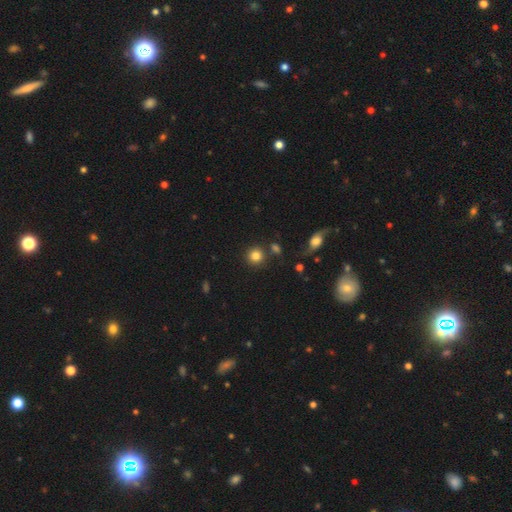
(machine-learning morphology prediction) smooth-or-featured: smooth: 82% | star or artifact: 11% | featured or disk: 8%
  how-rounded: round: 92% | in between: 7% | cigar-shaped: 1%
  merging: none: 81% | merger: 8% | minor disturbance: 7% | major disturbance: 4%